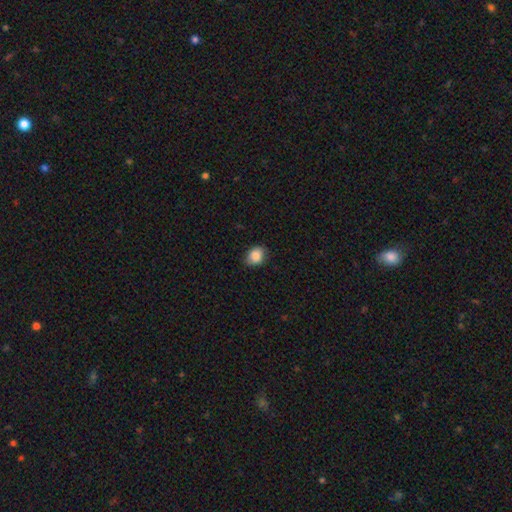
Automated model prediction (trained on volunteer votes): Q: Smooth or featured?
A: smooth (87%); runner-up: star or artifact (8%)
Q: How rounded?
A: in between (58%); runner-up: round (41%)
Q: Merging?
A: none (79%); runner-up: minor disturbance (17%)